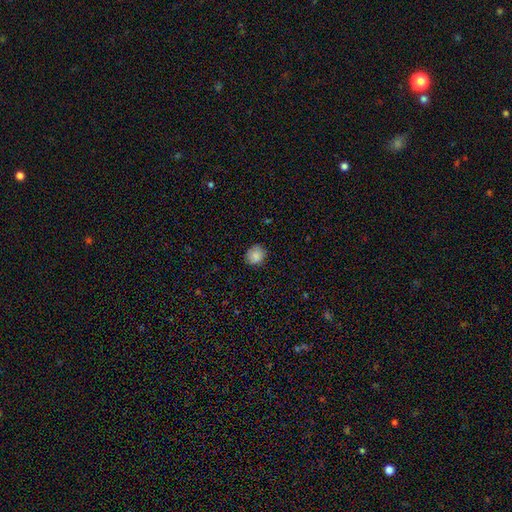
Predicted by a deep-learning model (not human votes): Smooth or featured: smooth — 87% (star or artifact — 9%)
How rounded: round — 79% (in between — 20%)
Merging: none — 84% (minor disturbance — 12%)